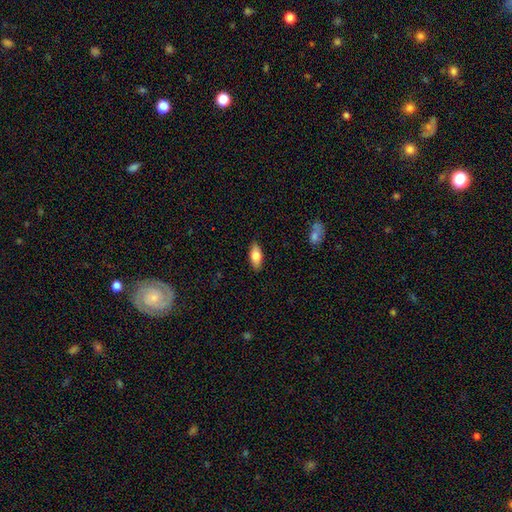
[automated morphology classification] A smooth galaxy with no disk features (77%) that is in between round and cigar-shaped (85%).

Vote fractions:
- Smooth or featured? smooth: 77% / featured or disk: 17% / star or artifact: 6%
- How rounded? in between: 85% / cigar-shaped: 12% / round: 3%
- Merging? none: 88% / minor disturbance: 9% / major disturbance: 2% / merger: 1%